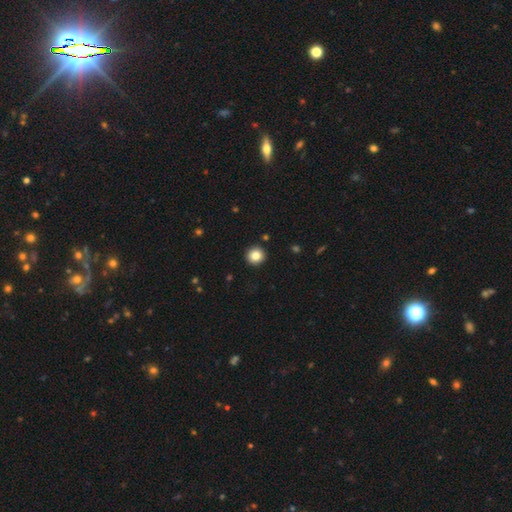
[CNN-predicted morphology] This appears to be a smooth galaxy with no disk features (83%) that is round (94%). Merging: none (93%).